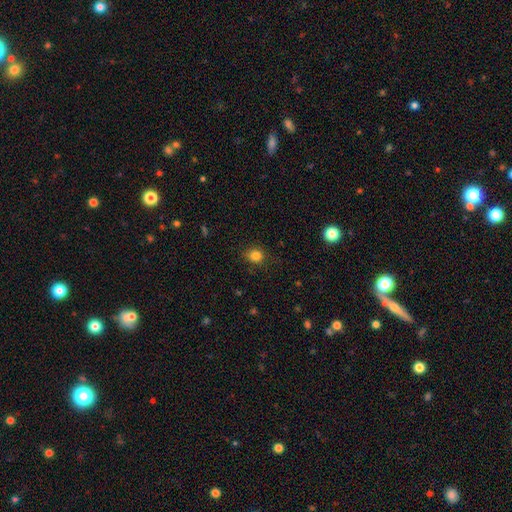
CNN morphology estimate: Smooth or featured?
  - smooth: 82% *
  - star or artifact: 13%
  - featured or disk: 5%
How rounded?
  - round: 76% *
  - in between: 23%
  - cigar-shaped: 1%
Merging?
  - none: 85% *
  - minor disturbance: 11%
  - major disturbance: 3%
  - merger: 1%